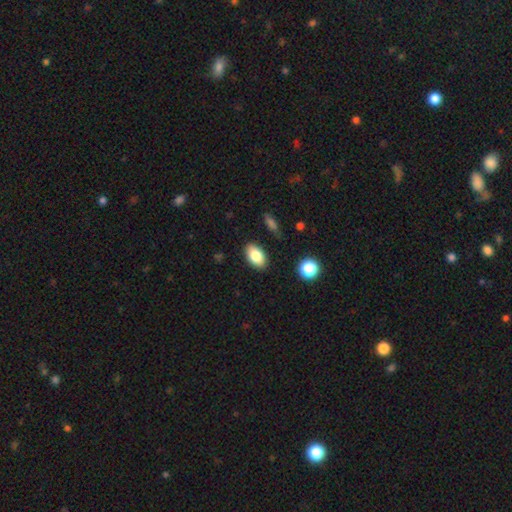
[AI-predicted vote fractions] smooth_or_featured: smooth (p=0.81) [alt: featured or disk p=0.10]
how_rounded: in between (p=0.90) [alt: round p=0.08]
merging: none (p=0.86) [alt: minor disturbance p=0.09]